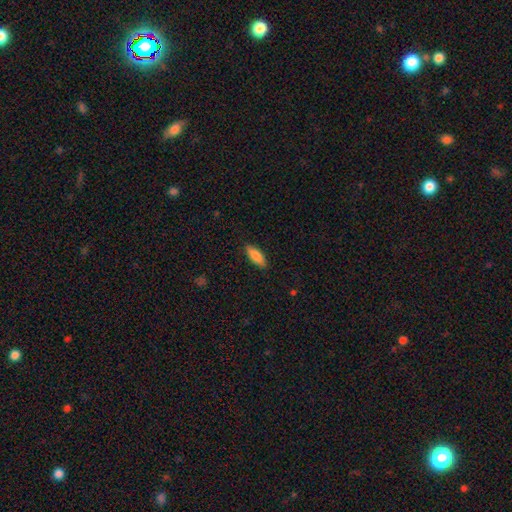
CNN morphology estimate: Smooth or featured?
  - smooth: 85% *
  - featured or disk: 9%
  - star or artifact: 6%
How rounded?
  - in between: 68% *
  - cigar-shaped: 31%
  - round: 2%
Merging?
  - none: 86% *
  - minor disturbance: 10%
  - major disturbance: 2%
  - merger: 1%